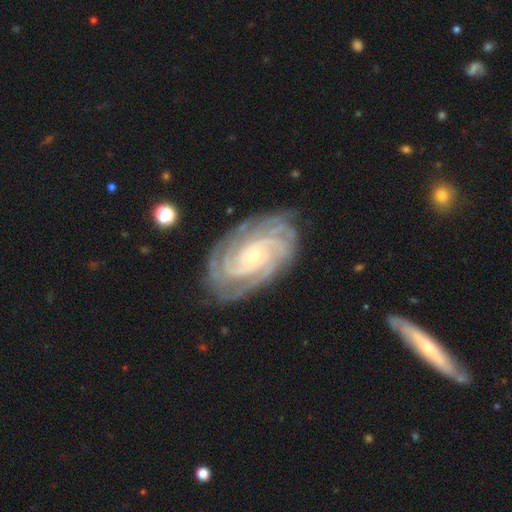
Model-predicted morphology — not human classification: smooth_or_featured: featured or disk (p=0.91) [alt: star or artifact p=0.05]
disk_edge_on: no (p=0.97) [alt: yes p=0.03]
bar: no (p=0.71) [alt: weak p=0.21]
has_spiral_arms: yes (p=0.98) [alt: no p=0.02]
spiral_winding: tight (p=0.80) [alt: medium p=0.18]
spiral_arm_count: 4 (p=0.27) [alt: 3 p=0.21]
bulge_size: small (p=0.74) [alt: moderate p=0.22]
merging: none (p=0.81) [alt: minor disturbance p=0.14]